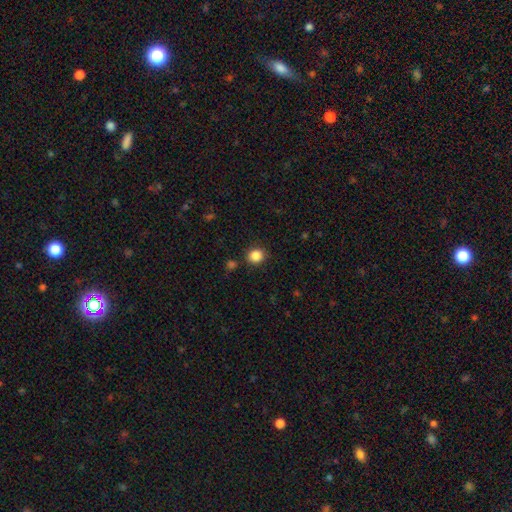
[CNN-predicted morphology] This is clearly a smooth galaxy (85%). How rounded: clearly round (82%). Merging: clearly none (86%).